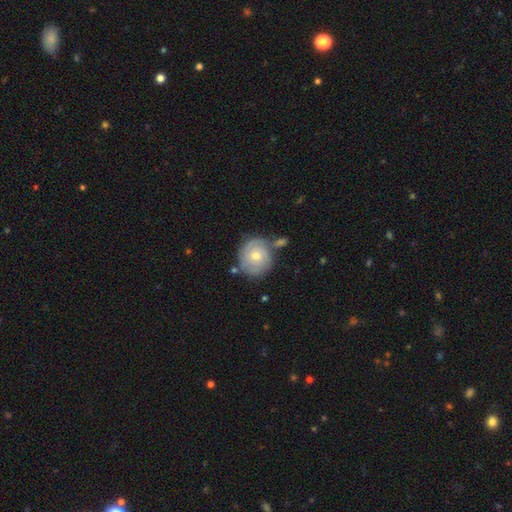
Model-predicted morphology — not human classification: type=featured or disk (55%); edge-on=no (97%); bar=no (82%); spiral arms=yes (74%); bulge=moderate (58%); merging=none (64%).